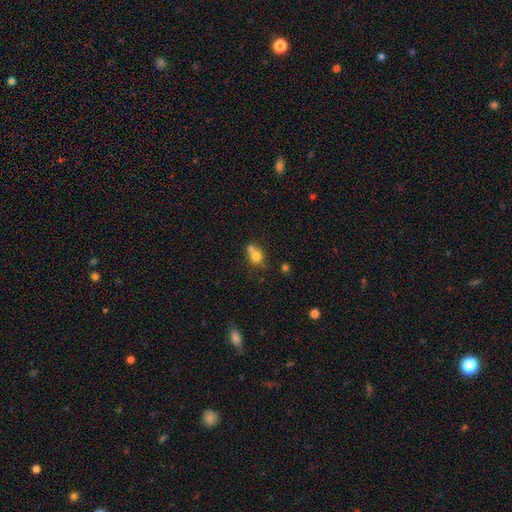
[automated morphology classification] smooth 74%, featured or disk 15%, star or artifact 11%. Down the decision tree: how rounded — round (70%); merging — merger (54%).